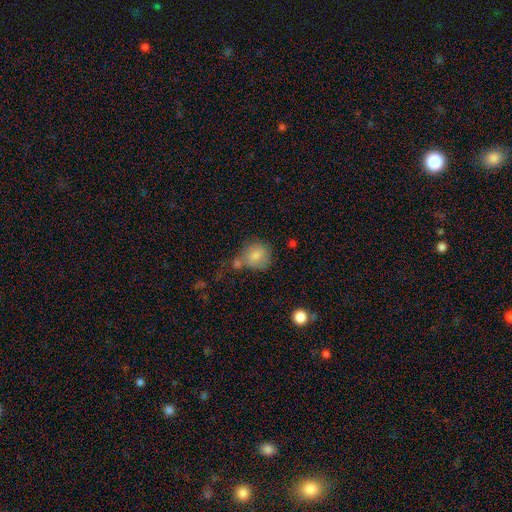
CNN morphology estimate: Smooth or featured?
  - smooth: 81% *
  - featured or disk: 11%
  - star or artifact: 9%
How rounded?
  - round: 80% *
  - in between: 19%
  - cigar-shaped: 1%
Merging?
  - none: 48% *
  - merger: 27%
  - minor disturbance: 16%
  - major disturbance: 8%